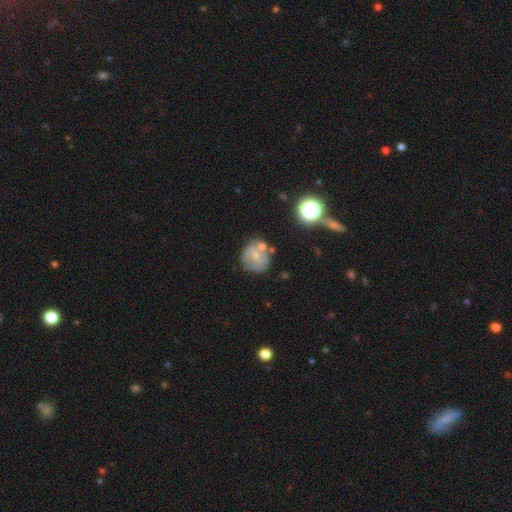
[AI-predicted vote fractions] Morphology: type=featured or disk (51%); edge-on=no (97%); merging=none (54%).